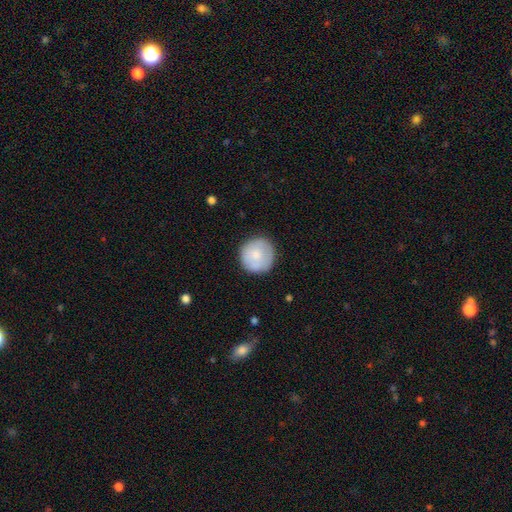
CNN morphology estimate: Smooth or featured?
  - smooth: 77% *
  - featured or disk: 17%
  - star or artifact: 6%
How rounded?
  - round: 94% *
  - in between: 5%
  - cigar-shaped: 1%
Merging?
  - none: 83% *
  - minor disturbance: 12%
  - major disturbance: 3%
  - merger: 1%